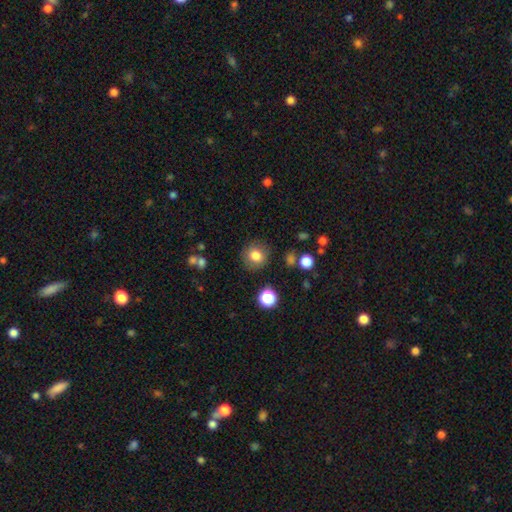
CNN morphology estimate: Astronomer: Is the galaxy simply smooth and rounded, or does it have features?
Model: smooth — 81%.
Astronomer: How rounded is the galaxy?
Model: round — 89%.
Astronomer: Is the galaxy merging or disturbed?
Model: none — 84%.